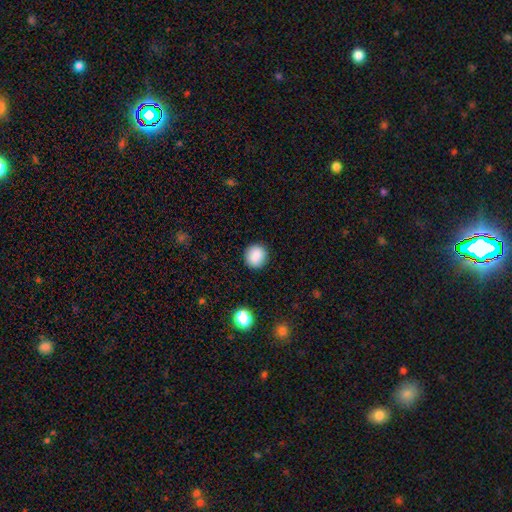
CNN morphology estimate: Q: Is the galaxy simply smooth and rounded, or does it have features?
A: smooth — 88%.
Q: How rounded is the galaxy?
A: round — 88%.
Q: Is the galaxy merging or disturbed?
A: none — 90%.